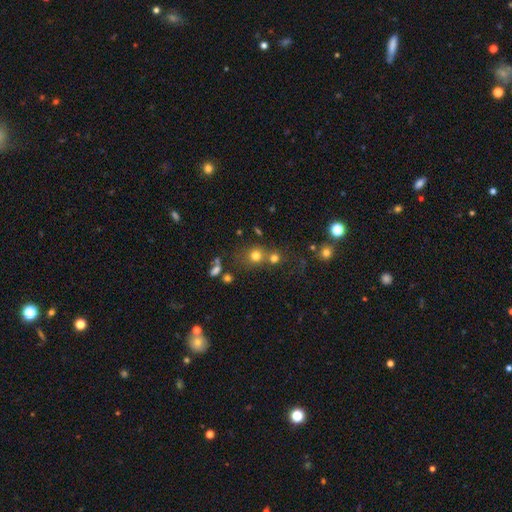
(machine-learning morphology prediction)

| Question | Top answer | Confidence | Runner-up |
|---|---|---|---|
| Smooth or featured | smooth | 72% | star or artifact (18%) |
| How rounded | round | 81% | in between (18%) |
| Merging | none | 54% | merger (32%) |